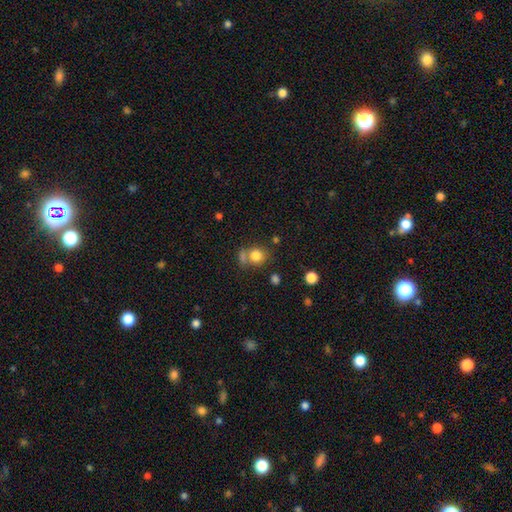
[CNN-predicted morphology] Smooth or featured: smooth — 81% (star or artifact — 12%)
How rounded: round — 82% (in between — 17%)
Merging: none — 59% (merger — 24%)